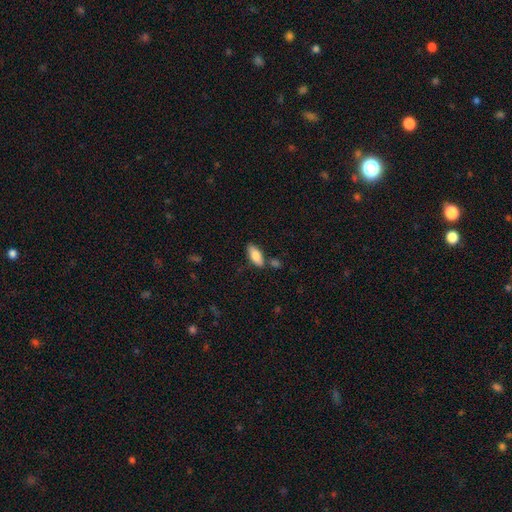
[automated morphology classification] Smooth or featured?
  - smooth: 80% *
  - featured or disk: 14%
  - star or artifact: 6%
How rounded?
  - in between: 84% *
  - cigar-shaped: 14%
  - round: 2%
Merging?
  - none: 76% *
  - minor disturbance: 13%
  - merger: 8%
  - major disturbance: 3%